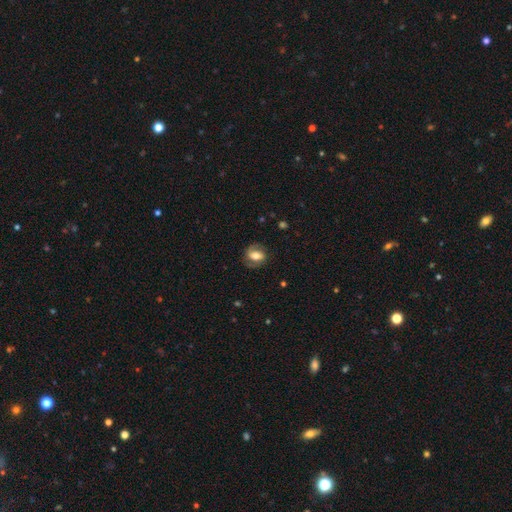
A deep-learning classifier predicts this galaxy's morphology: Overall: featured or disk (49%; smooth 42%). Merging: none (75%).